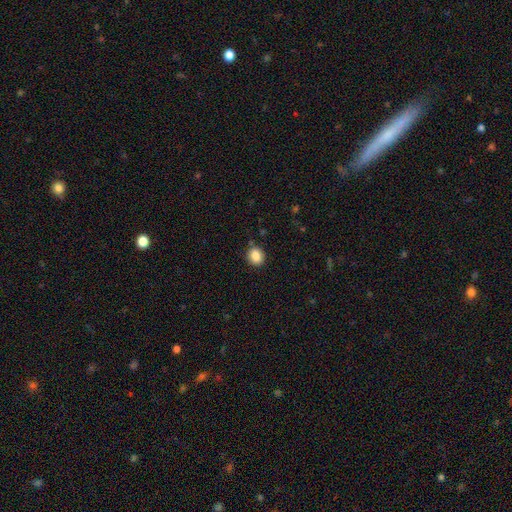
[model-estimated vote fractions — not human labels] A smooth galaxy with no disk features (86%) that is round (64%). Merging: none (86%).